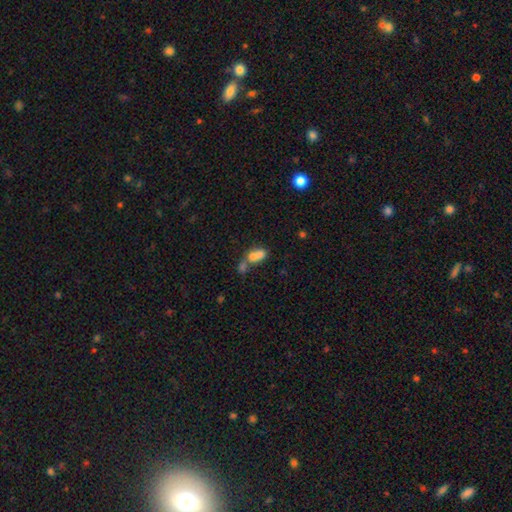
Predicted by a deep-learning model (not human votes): Smooth or featured? Predicted: smooth (p=0.68). How rounded? Predicted: in between (p=0.69). Merging? Predicted: merger (p=0.70).